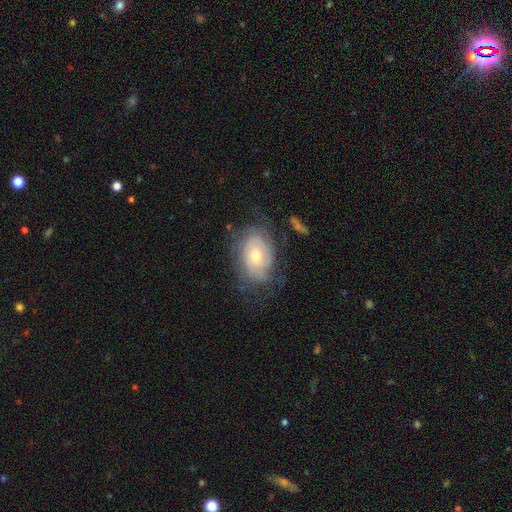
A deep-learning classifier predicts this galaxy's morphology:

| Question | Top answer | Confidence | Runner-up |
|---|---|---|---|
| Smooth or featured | featured or disk | 64% | smooth (29%) |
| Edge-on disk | no | 95% | yes (5%) |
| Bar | no | 77% | weak (20%) |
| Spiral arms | yes | 77% | no (23%) |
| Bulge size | moderate | 56% | small (38%) |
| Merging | none | 63% | minor disturbance (22%) |